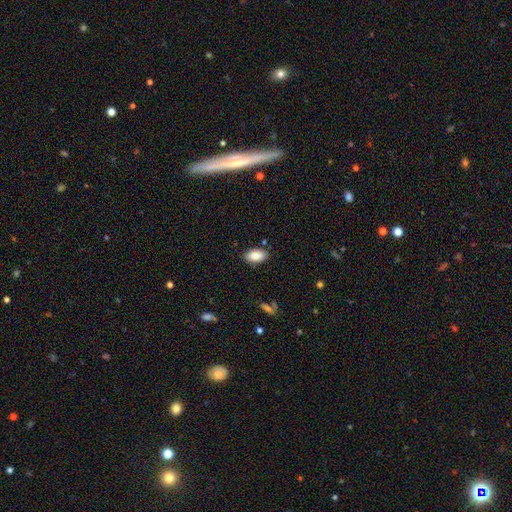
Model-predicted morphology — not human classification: smooth 87%, star or artifact 7%, featured or disk 5%. Down the decision tree: how rounded — in between (94%); merging — none (85%).